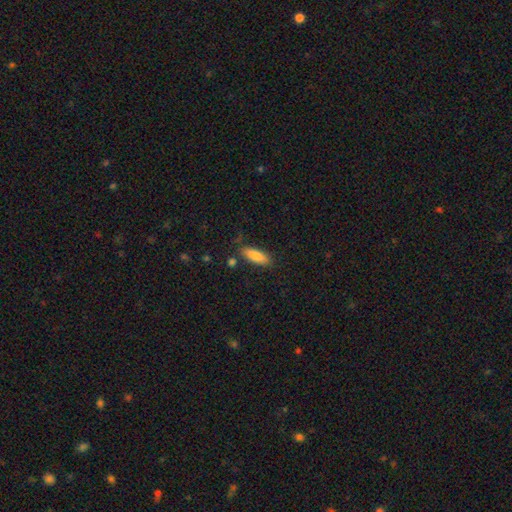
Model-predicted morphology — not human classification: Smooth or featured?
  - smooth: 86% *
  - featured or disk: 7%
  - star or artifact: 6%
How rounded?
  - in between: 63% *
  - cigar-shaped: 35%
  - round: 2%
Merging?
  - none: 80% *
  - minor disturbance: 13%
  - merger: 4%
  - major disturbance: 3%